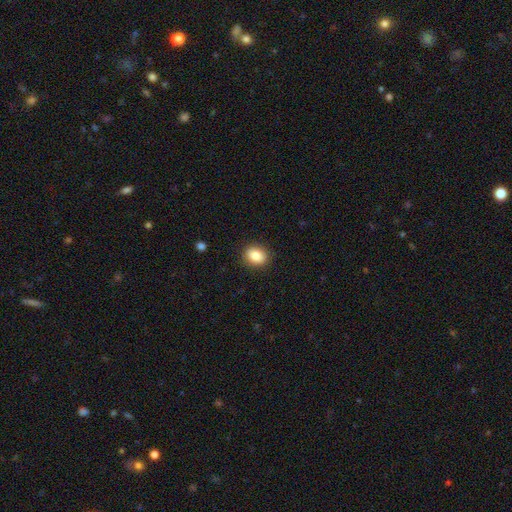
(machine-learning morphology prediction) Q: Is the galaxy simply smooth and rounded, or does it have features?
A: smooth — 84%.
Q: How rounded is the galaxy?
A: round — 52%.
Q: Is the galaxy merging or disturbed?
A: none — 89%.